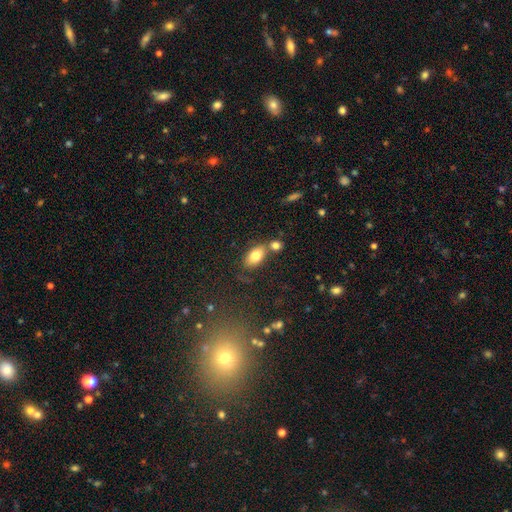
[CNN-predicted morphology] smooth 79%, featured or disk 13%, star or artifact 8%. Down the decision tree: how rounded — in between (90%); merging — none (59%).